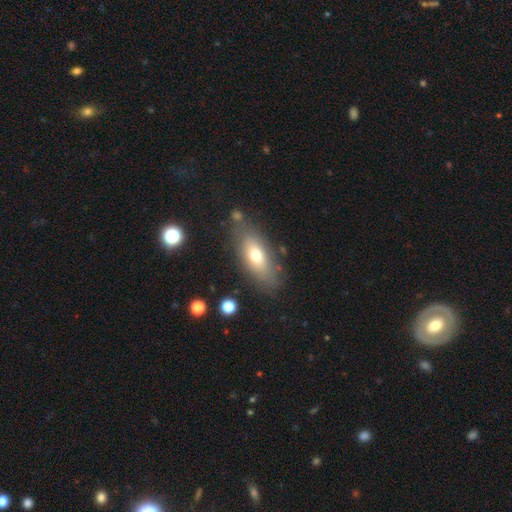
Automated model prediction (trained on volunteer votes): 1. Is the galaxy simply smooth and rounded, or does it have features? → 68% smooth, 24% featured or disk, 8% star or artifact.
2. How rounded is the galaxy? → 77% in between, 18% cigar-shaped, 4% round.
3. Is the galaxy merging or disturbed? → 75% none, 15% minor disturbance, 6% major disturbance, 4% merger.